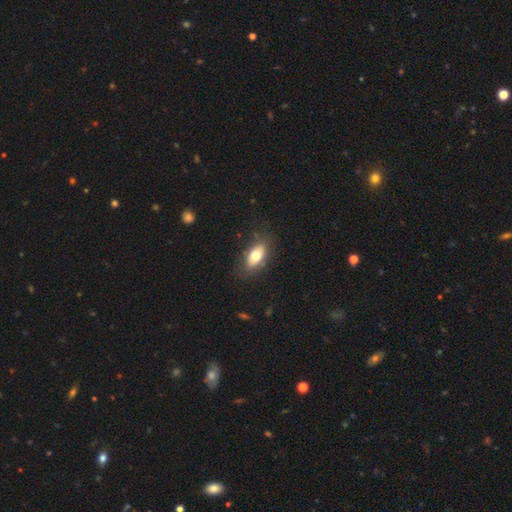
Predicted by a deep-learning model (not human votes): Morphology: type=smooth (71%); roundness=in between (87%); merging=none (79%).